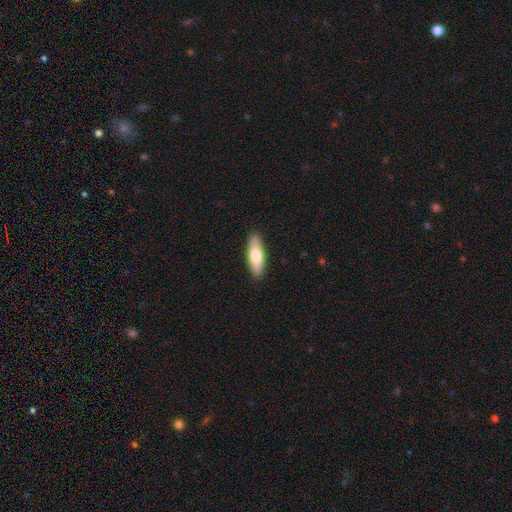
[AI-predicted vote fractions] This is likely a smooth galaxy (71%). How rounded: likely in between (61%). Merging: clearly none (89%).